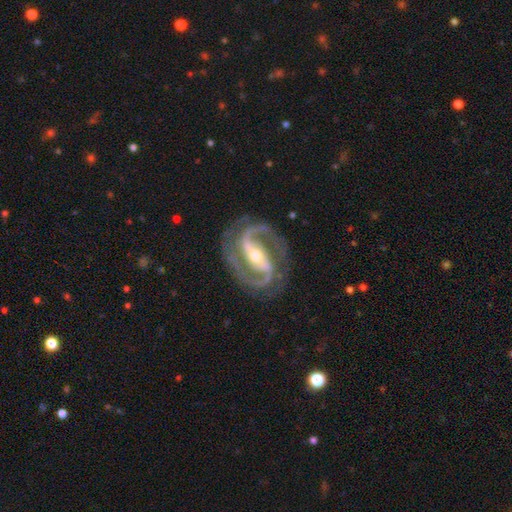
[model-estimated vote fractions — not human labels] Smooth or featured? Predicted: featured or disk (p=0.94). Edge-on disk? Predicted: no (p=0.97). Bar? Predicted: strong (p=0.62). Spiral arms? Predicted: yes (p=0.98). Spiral winding? Predicted: medium (p=0.59). Spiral arm count? Predicted: 2 (p=0.93). Bulge size? Predicted: moderate (p=0.50). Merging? Predicted: none (p=0.82).